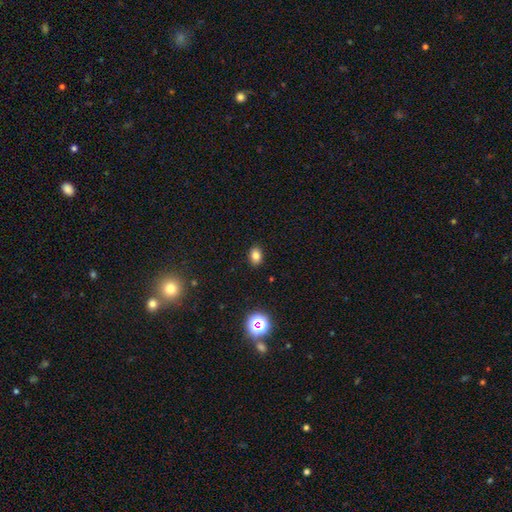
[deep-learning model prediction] Smooth or featured: smooth — 81% (star or artifact — 13%)
How rounded: in between — 72% (round — 27%)
Merging: none — 89% (minor disturbance — 8%)